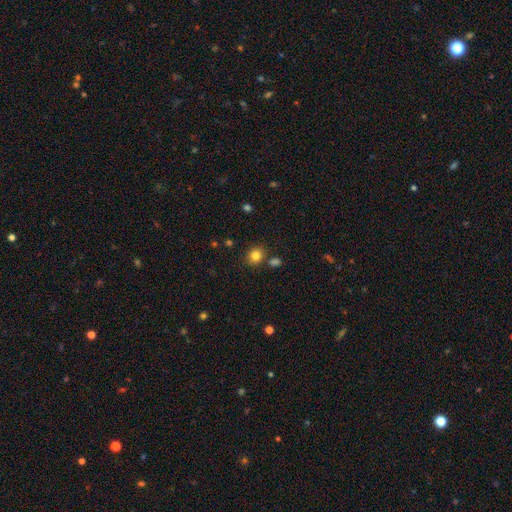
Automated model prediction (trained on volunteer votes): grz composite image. It shows a smooth galaxy with no disk features (82%) that is round (77%). Merging: none (81%).